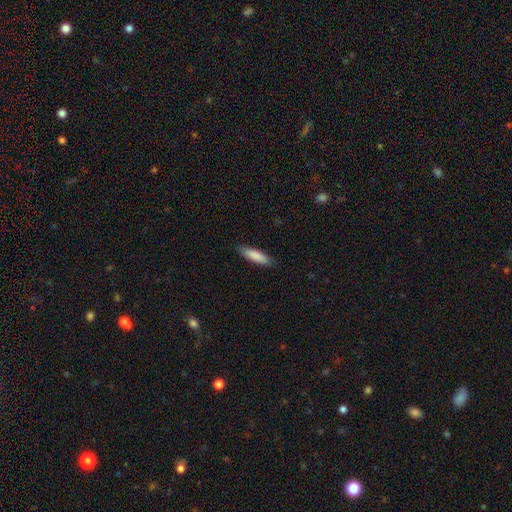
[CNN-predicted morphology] A smooth galaxy with no disk features (87%) that is cigar-shaped (66%). Merging: none (88%).